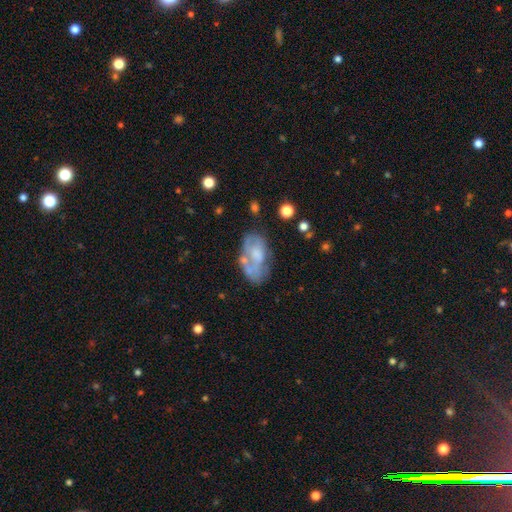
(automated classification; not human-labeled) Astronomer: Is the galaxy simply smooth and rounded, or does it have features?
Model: featured or disk — 53% (runner-up: smooth, 38%).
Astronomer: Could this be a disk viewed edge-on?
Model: no — 95%.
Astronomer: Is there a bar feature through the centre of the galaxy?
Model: no — 82%.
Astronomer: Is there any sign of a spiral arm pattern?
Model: no — 70%.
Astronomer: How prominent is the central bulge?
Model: moderate — 34% (runner-up: none, 32%).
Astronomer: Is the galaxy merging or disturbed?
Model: none — 43% (runner-up: minor disturbance, 26%).